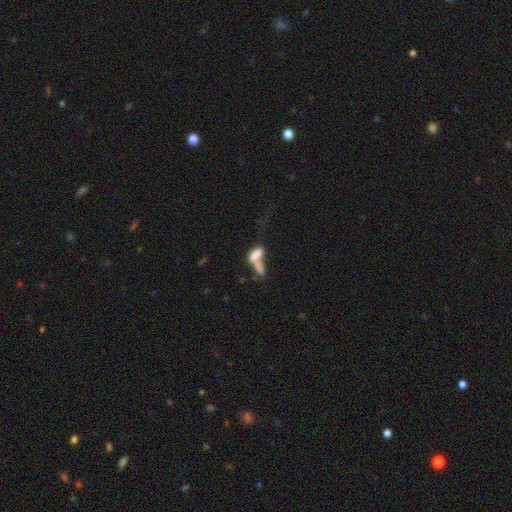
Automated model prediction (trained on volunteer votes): A smooth galaxy with no disk features (64%) that is in between round and cigar-shaped (71%). Merging: merger (66%).